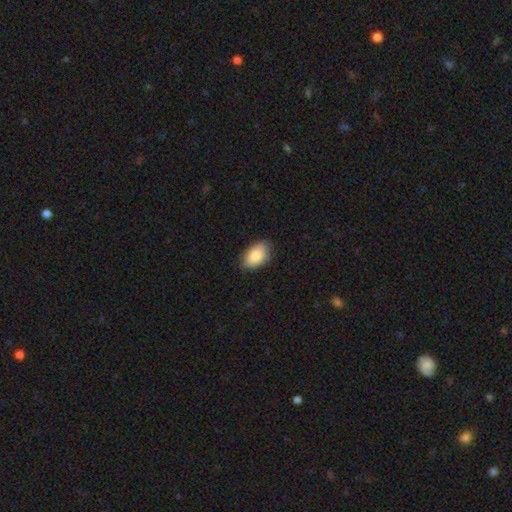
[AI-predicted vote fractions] The model was most divided on "merging": none: 81%, minor disturbance: 16%, major disturbance: 3%, merger: 1%. More confident: how rounded — in between (93%); smooth or featured — smooth (86%).